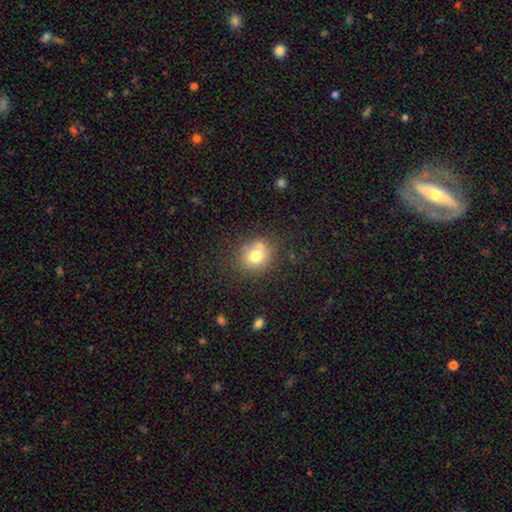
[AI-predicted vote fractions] A smooth galaxy with no disk features (74%) that is round (75%). Merging: none (65%).